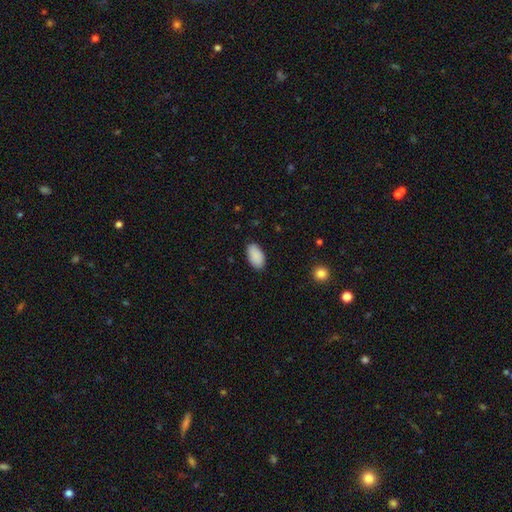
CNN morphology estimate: Smooth or featured?
  - smooth: 90% *
  - star or artifact: 6%
  - featured or disk: 3%
How rounded?
  - in between: 95% *
  - round: 3%
  - cigar-shaped: 2%
Merging?
  - none: 86% *
  - minor disturbance: 10%
  - major disturbance: 2%
  - merger: 1%